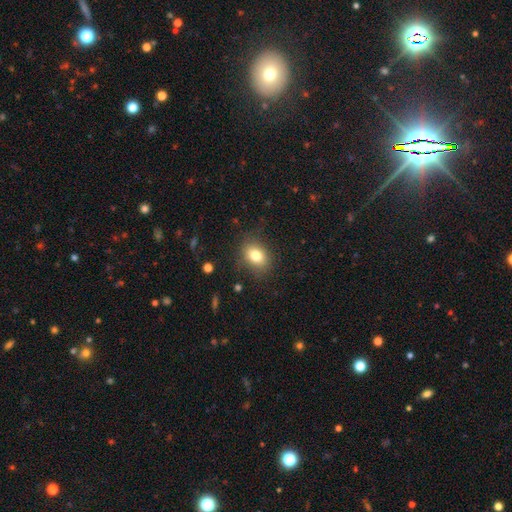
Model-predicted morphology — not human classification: smooth 80%, star or artifact 10%, featured or disk 10%. Down the decision tree: how rounded — in between (63%); merging — none (82%).